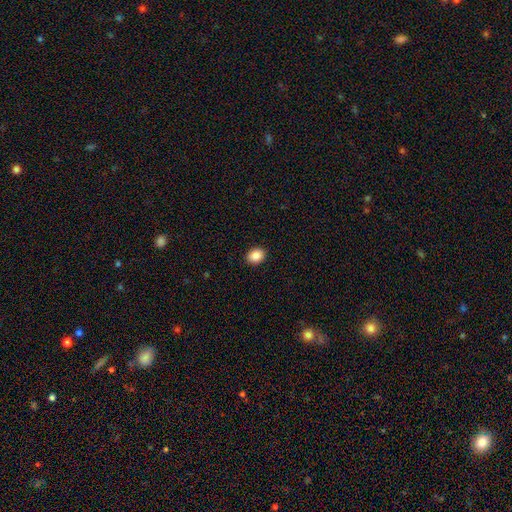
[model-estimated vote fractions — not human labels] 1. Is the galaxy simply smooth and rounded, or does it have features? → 88% smooth, 9% star or artifact, 3% featured or disk.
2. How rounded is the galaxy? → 55% in between, 44% round, 1% cigar-shaped.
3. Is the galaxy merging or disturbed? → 91% none, 6% minor disturbance, 2% major disturbance, 1% merger.